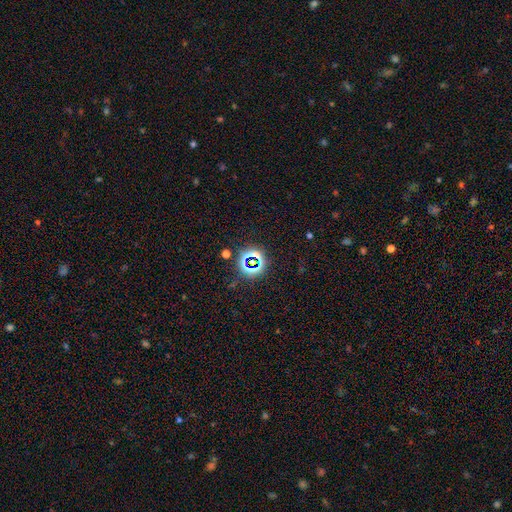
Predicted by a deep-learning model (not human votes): Q: Smooth or featured?
A: star or artifact (71%); runner-up: smooth (20%)